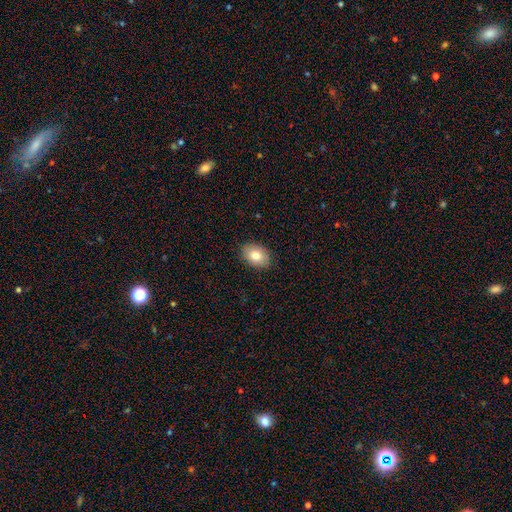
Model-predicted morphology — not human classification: smooth_or_featured: smooth (p=0.81) [alt: featured or disk p=0.11]
how_rounded: in between (p=0.78) [alt: round p=0.21]
merging: none (p=0.89) [alt: minor disturbance p=0.08]